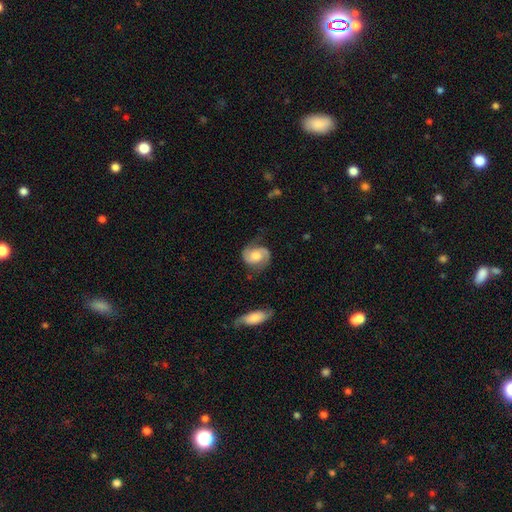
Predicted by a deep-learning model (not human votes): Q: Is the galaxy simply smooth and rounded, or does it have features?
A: featured or disk — 75%.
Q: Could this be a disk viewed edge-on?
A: no — 98%.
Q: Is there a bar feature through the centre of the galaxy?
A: no — 62%.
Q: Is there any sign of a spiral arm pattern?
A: yes — 95%.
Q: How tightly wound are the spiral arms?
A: medium — 49%.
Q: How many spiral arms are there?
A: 2 — 90%.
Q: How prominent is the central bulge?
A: moderate — 50%.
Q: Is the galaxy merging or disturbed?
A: none — 71%.